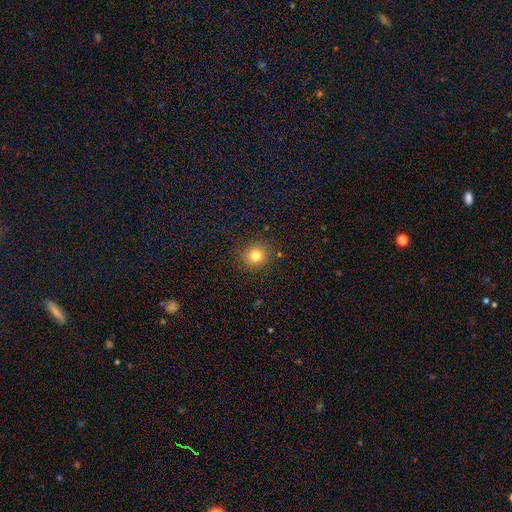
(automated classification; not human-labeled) smooth 80%, star or artifact 13%, featured or disk 7%. Down the decision tree: how rounded — round (89%); merging — none (88%).